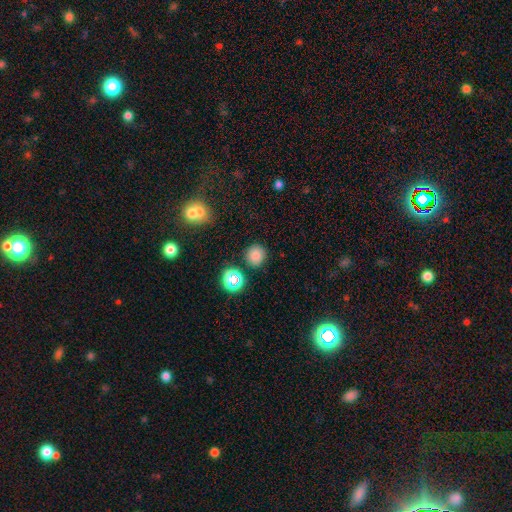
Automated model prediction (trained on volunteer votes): Smooth or featured?
  - smooth: 78% *
  - star or artifact: 16%
  - featured or disk: 6%
How rounded?
  - round: 92% *
  - in between: 7%
  - cigar-shaped: 1%
Merging?
  - none: 87% *
  - minor disturbance: 7%
  - merger: 4%
  - major disturbance: 2%